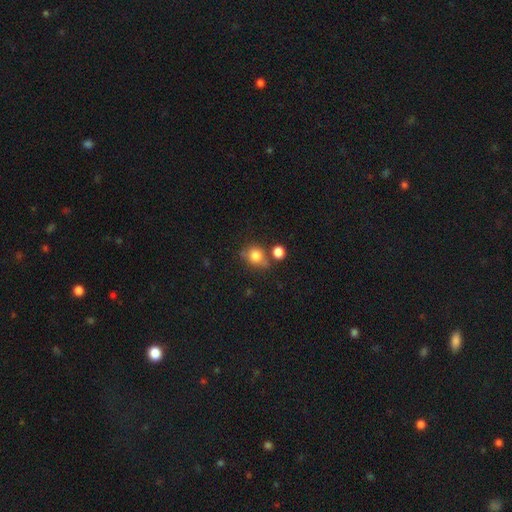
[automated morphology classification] smooth-or-featured: smooth: 80% | star or artifact: 10% | featured or disk: 9%
  how-rounded: round: 68% | in between: 31% | cigar-shaped: 1%
  merging: none: 54% | merger: 21% | minor disturbance: 18% | major disturbance: 7%